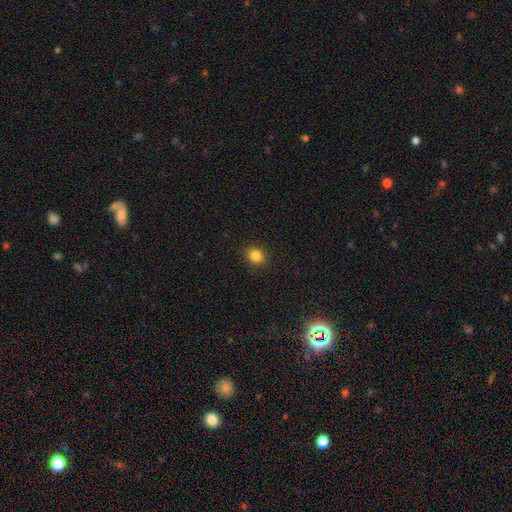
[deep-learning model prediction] Smooth or featured? smooth (84%)
How rounded? round (66%)
Merging? none (90%)